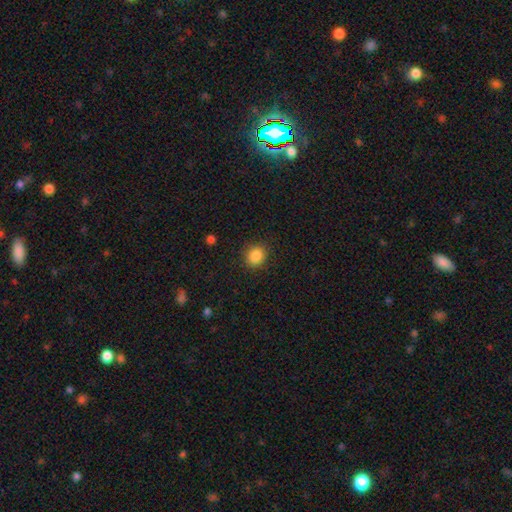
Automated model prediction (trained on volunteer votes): This is clearly a smooth galaxy (87%). How rounded: likely round (74%). Merging: clearly none (88%).